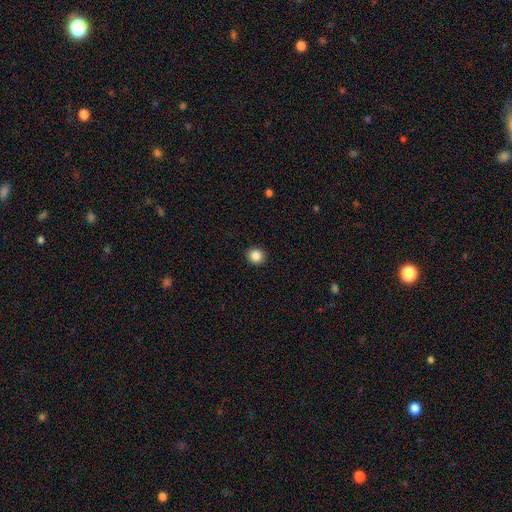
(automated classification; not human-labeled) Overall: smooth (86%). How rounded: round (92%). Merging: none (93%).